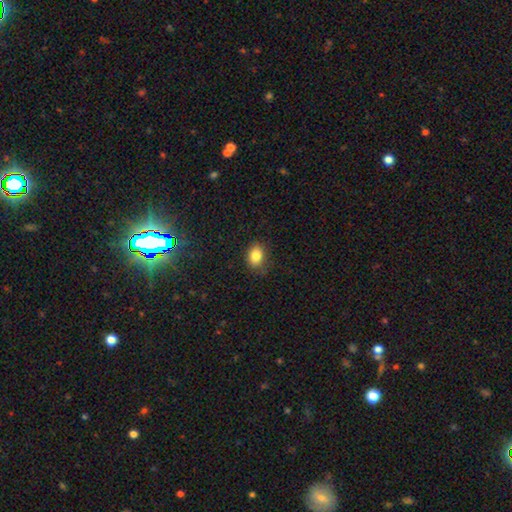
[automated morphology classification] A smooth galaxy with no disk features (84%) that is in between round and cigar-shaped (69%).

Vote fractions:
- Smooth or featured? smooth: 84% / star or artifact: 9% / featured or disk: 7%
- How rounded? in between: 69% / round: 30% / cigar-shaped: 1%
- Merging? none: 83% / minor disturbance: 13% / major disturbance: 3% / merger: 1%